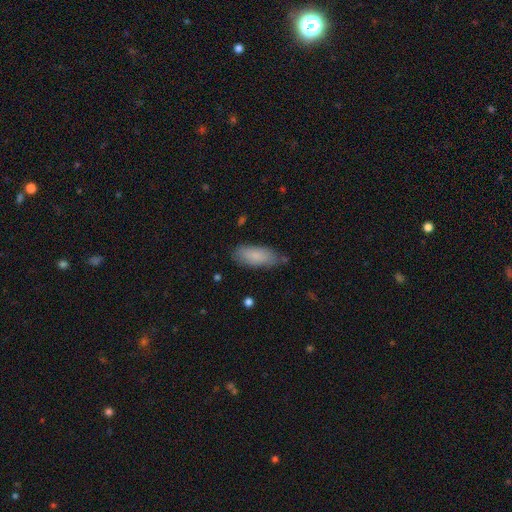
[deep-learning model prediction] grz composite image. It shows a smooth galaxy with no disk features (85%) that is in between round and cigar-shaped (80%). Merging: none (75%).